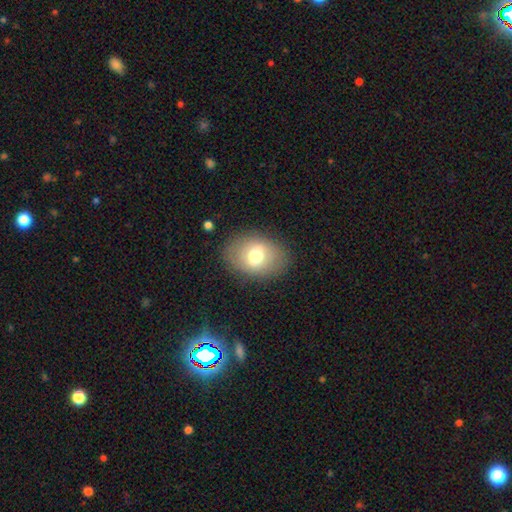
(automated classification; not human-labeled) Smooth or featured?
  - smooth: 64% *
  - featured or disk: 27%
  - star or artifact: 9%
How rounded?
  - in between: 71% *
  - round: 28%
  - cigar-shaped: 1%
Merging?
  - none: 83% *
  - minor disturbance: 11%
  - major disturbance: 5%
  - merger: 1%